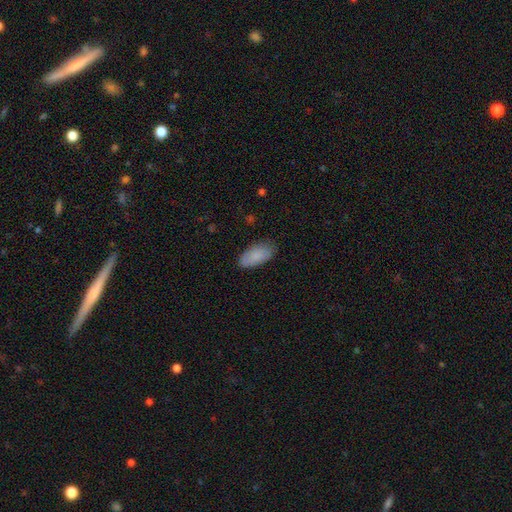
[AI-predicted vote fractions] This appears to be a smooth galaxy with no disk features (86%) that is in between round and cigar-shaped (91%). Merging: none (80%).